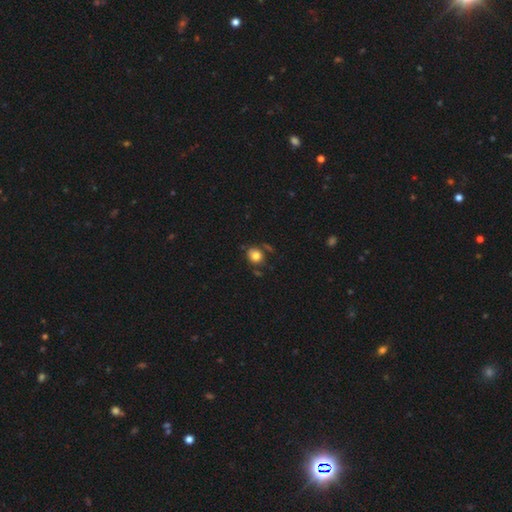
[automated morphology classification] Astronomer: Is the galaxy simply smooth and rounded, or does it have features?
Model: smooth — 79%.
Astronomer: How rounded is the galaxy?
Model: round — 74%.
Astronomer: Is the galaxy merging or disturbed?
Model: none — 68%.